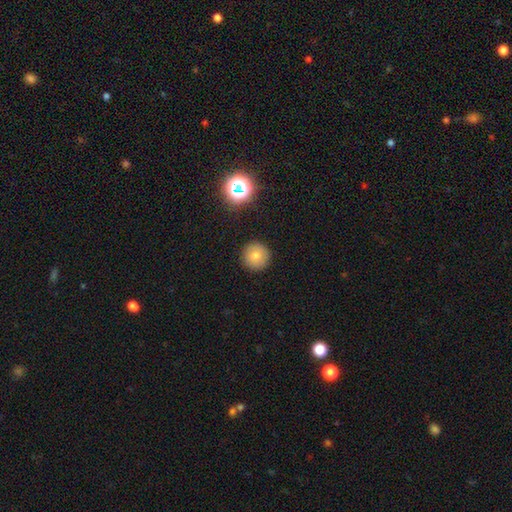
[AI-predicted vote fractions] This appears to be a smooth galaxy with no disk features (76%) that is round (96%). Merging: none (92%).